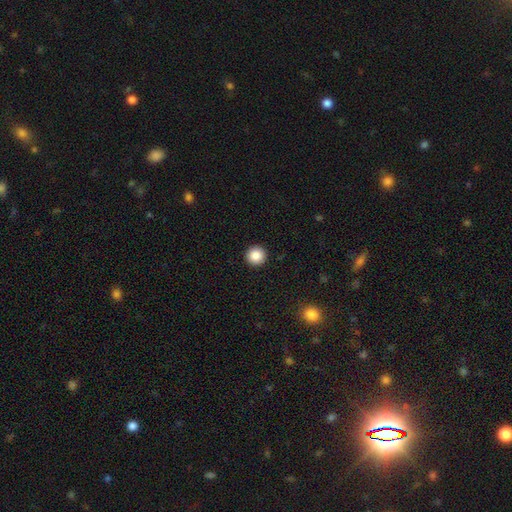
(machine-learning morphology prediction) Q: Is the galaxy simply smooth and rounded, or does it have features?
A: smooth — 87%.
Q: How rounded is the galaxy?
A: round — 96%.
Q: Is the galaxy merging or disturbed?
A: none — 94%.